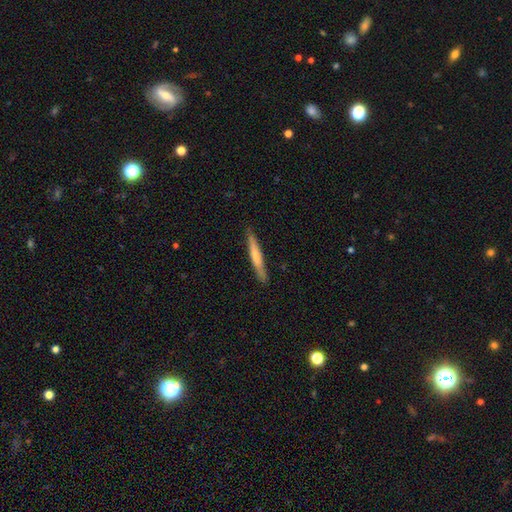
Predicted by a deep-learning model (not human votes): smooth 58%, featured or disk 36%, star or artifact 5%. Down the decision tree: how rounded — cigar-shaped (95%); merging — none (89%).